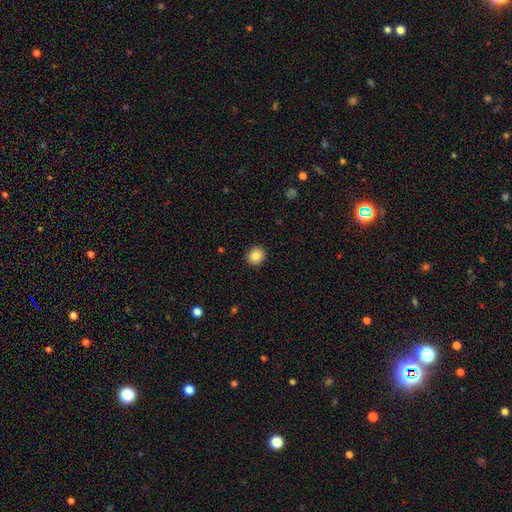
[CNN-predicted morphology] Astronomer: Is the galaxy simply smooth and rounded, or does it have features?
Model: smooth — 86%.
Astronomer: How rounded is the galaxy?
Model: round — 89%.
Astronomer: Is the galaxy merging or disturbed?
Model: none — 92%.